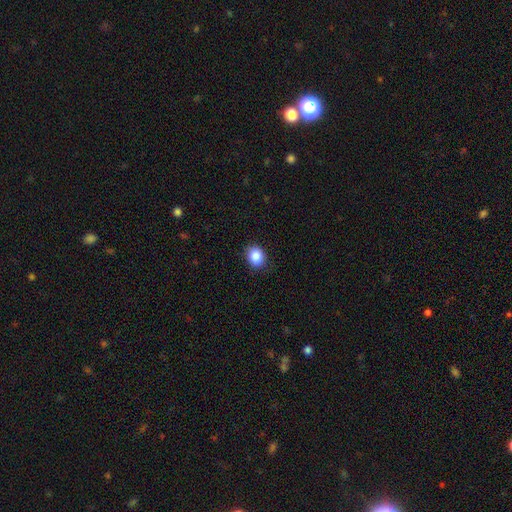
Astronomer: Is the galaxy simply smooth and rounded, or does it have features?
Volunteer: smooth — 92%.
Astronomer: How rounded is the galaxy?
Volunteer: round — 60% (runner-up: in between, 40%).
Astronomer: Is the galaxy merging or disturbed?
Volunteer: none — 89%.